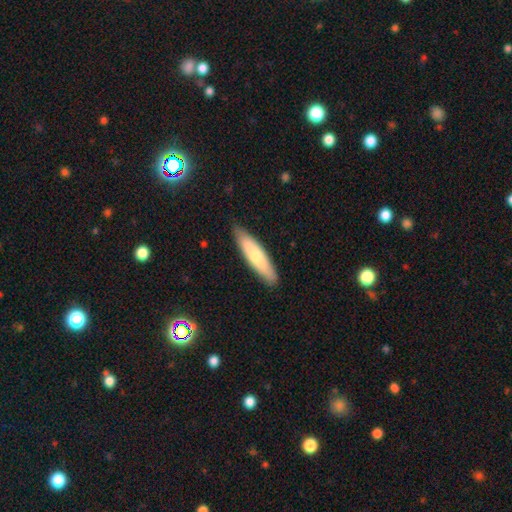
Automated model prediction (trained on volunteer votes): Q: Smooth or featured?
A: smooth (71%); runner-up: featured or disk (24%)
Q: How rounded?
A: cigar-shaped (76%); runner-up: in between (22%)
Q: Merging?
A: none (88%); runner-up: minor disturbance (10%)